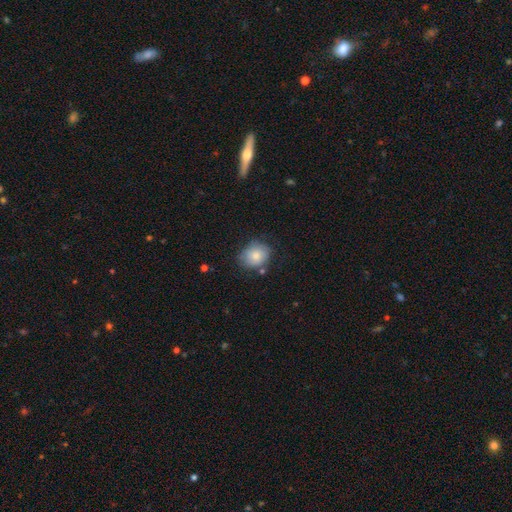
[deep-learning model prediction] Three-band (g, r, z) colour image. It shows a smooth galaxy with no disk features (78%) that is round (67%). Merging: none (70%).